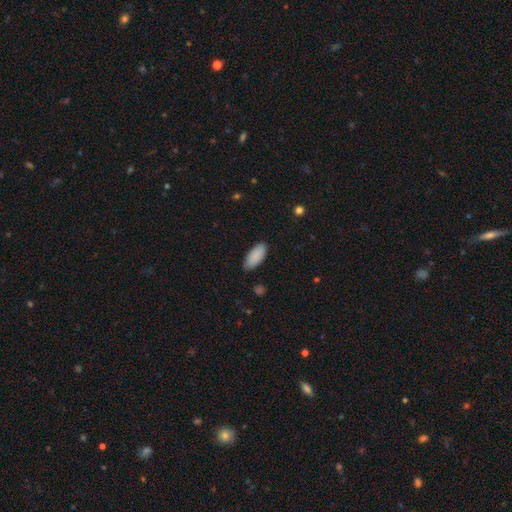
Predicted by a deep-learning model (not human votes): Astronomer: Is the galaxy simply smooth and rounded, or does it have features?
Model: smooth — 90%.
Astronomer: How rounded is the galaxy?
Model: in between — 85%.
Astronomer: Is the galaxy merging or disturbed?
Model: none — 86%.